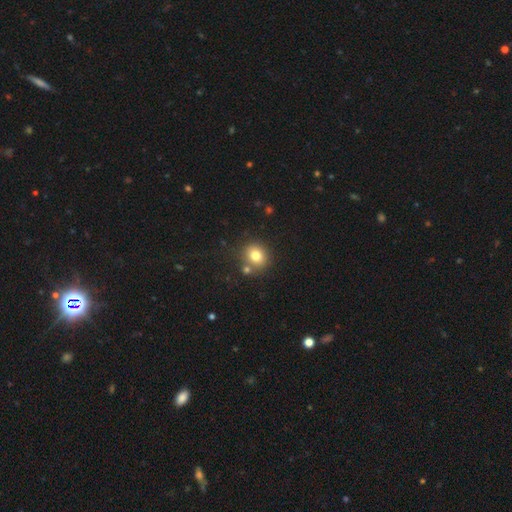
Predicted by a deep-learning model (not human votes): This is likely a smooth galaxy (78%). How rounded: clearly round (81%). Merging: likely none (74%).